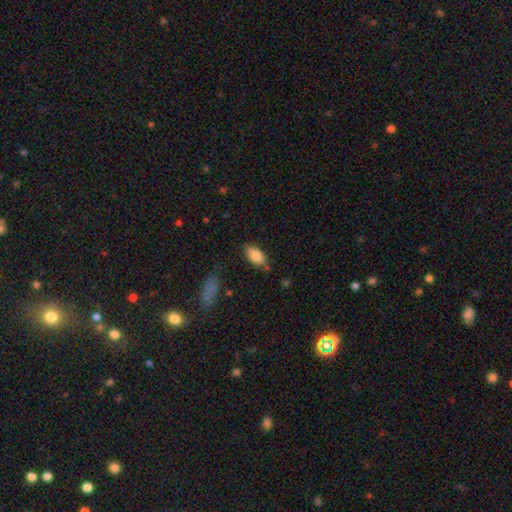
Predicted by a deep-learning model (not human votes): smooth 87%, star or artifact 7%, featured or disk 6%. Down the decision tree: how rounded — in between (93%); merging — none (78%).